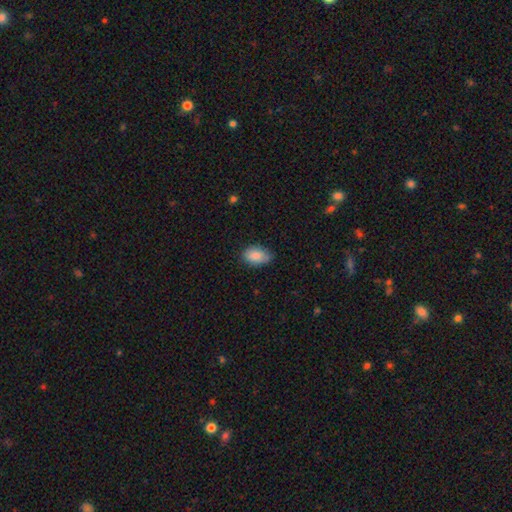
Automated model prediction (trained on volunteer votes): Overall: smooth (87%). How rounded: in between (89%). Merging: none (75%).